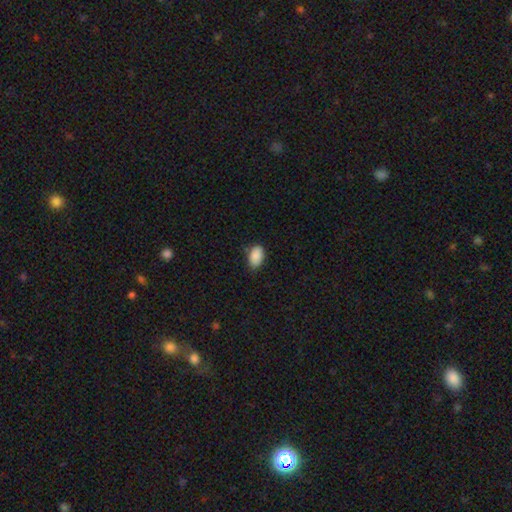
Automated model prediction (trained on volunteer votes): smooth_or_featured: smooth (p=0.89) [alt: star or artifact p=0.07]
how_rounded: in between (p=0.92) [alt: round p=0.06]
merging: none (p=0.75) [alt: minor disturbance p=0.20]